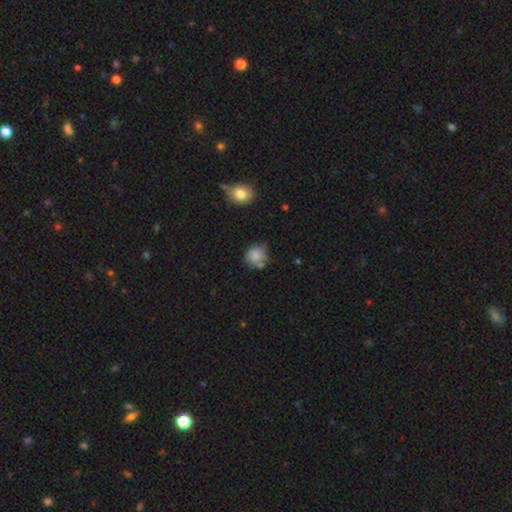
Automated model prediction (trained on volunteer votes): Q: Smooth or featured?
A: smooth (81%); runner-up: featured or disk (10%)
Q: How rounded?
A: round (79%); runner-up: in between (20%)
Q: Merging?
A: none (55%); runner-up: minor disturbance (26%)